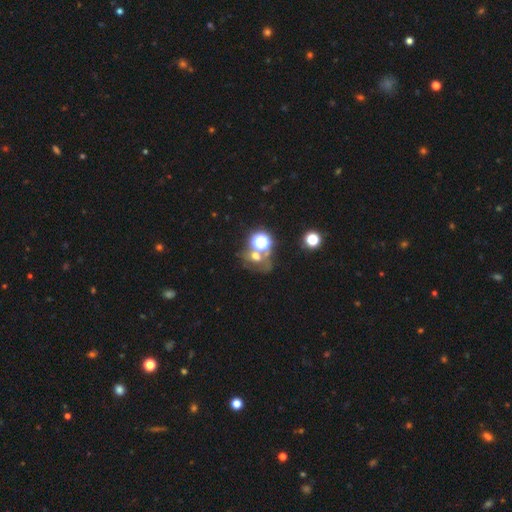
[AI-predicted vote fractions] Smooth or featured? star or artifact (41%)